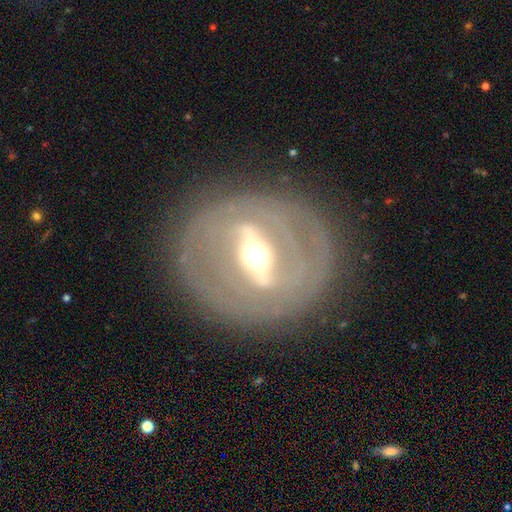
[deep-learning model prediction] Smooth or featured?
  - featured or disk: 83% *
  - smooth: 11%
  - star or artifact: 6%
Edge-on disk?
  - no: 84% *
  - yes: 16%
Bar?
  - strong: 72% *
  - weak: 20%
  - no: 8%
Spiral arms?
  - yes: 52% *
  - no: 48%
Bulge size?
  - moderate: 66% *
  - small: 22%
  - large: 10%
  - dominant: 1%
  - none: 1%
Merging?
  - none: 83% *
  - minor disturbance: 11%
  - major disturbance: 5%
  - merger: 1%